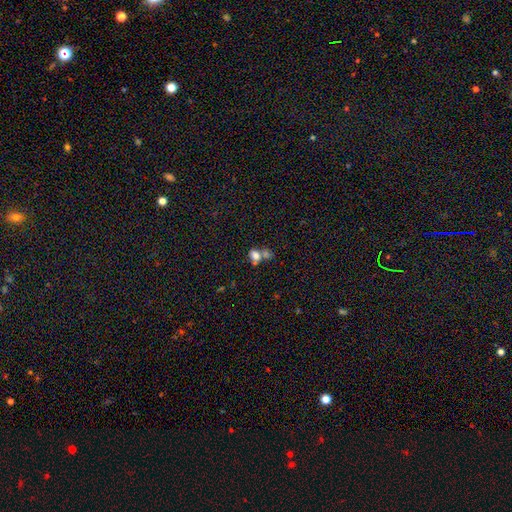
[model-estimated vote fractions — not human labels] Overall: smooth (75%). How rounded: in between (69%; round 29%). Merging: merger (53%; none 30%).